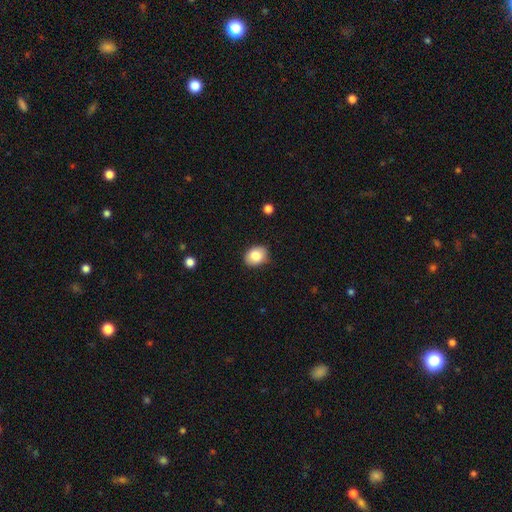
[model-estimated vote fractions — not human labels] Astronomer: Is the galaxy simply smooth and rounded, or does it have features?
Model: smooth — 84%.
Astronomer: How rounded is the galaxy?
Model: in between — 58% (runner-up: round, 41%).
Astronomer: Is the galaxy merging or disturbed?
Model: none — 85%.